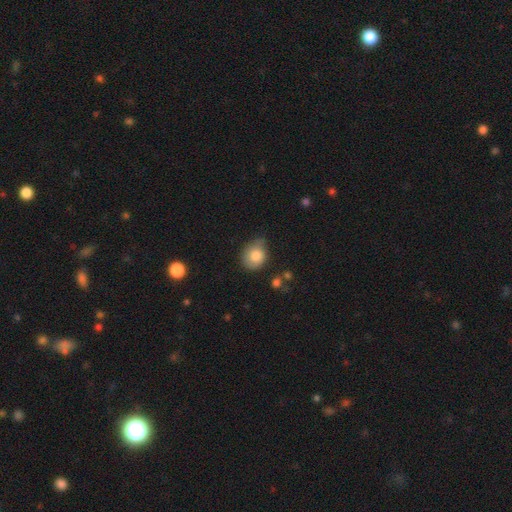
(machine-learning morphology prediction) smooth_or_featured: smooth (p=0.79) [alt: featured or disk p=0.13]
how_rounded: round (p=0.56) [alt: in between p=0.43]
merging: none (p=0.49) [alt: minor disturbance p=0.38]